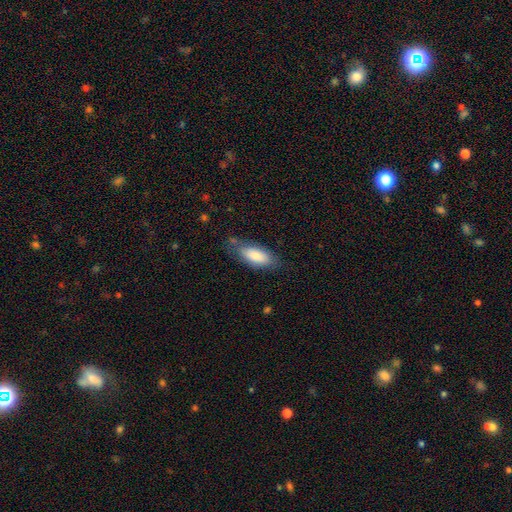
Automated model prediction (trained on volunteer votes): Morphology: type=smooth (83%); roundness=in between (82%); merging=none (68%).